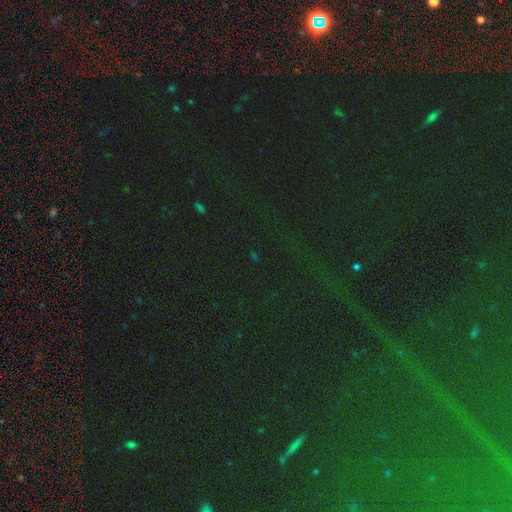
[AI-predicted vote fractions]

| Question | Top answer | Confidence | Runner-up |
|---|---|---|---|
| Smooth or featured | star or artifact | 85% | smooth (9%) |